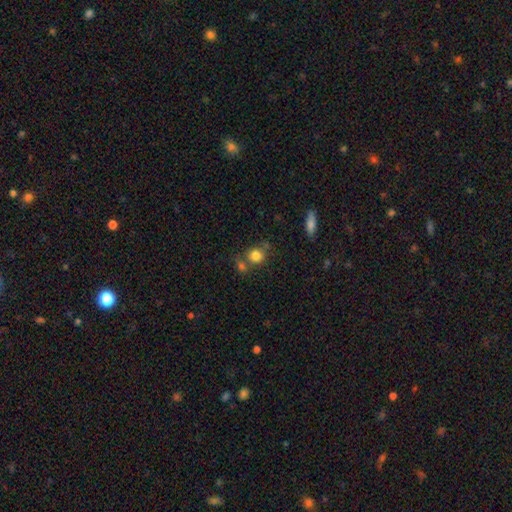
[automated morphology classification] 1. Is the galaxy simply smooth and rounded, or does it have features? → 82% smooth, 10% star or artifact, 8% featured or disk.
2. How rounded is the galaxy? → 84% round, 15% in between, 1% cigar-shaped.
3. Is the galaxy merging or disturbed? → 58% none, 26% merger, 11% minor disturbance, 5% major disturbance.